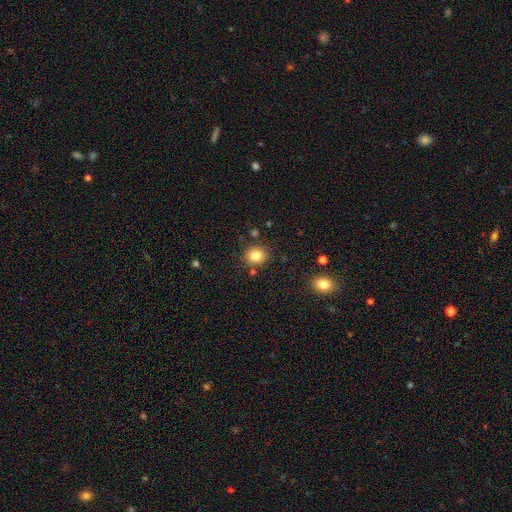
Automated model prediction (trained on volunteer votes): Smooth or featured: smooth — 83% (star or artifact — 11%)
How rounded: round — 80% (in between — 19%)
Merging: none — 84% (minor disturbance — 9%)